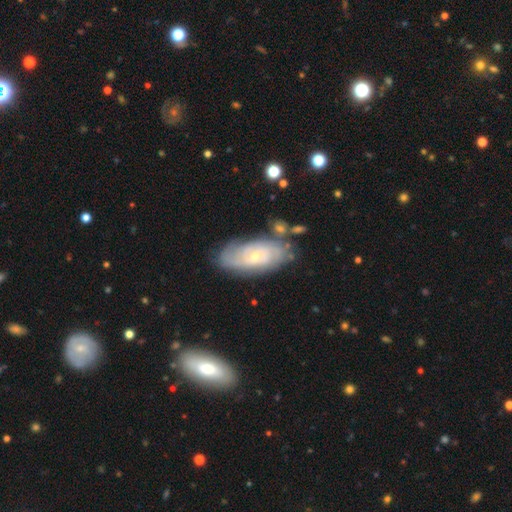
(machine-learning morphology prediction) Smooth or featured?
  - featured or disk: 76% *
  - smooth: 17%
  - star or artifact: 7%
Edge-on disk?
  - no: 92% *
  - yes: 8%
Bar?
  - no: 61% *
  - weak: 33%
  - strong: 6%
Spiral arms?
  - yes: 91% *
  - no: 9%
Spiral winding?
  - tight: 61% *
  - medium: 30%
  - loose: 9%
Spiral arm count?
  - can't tell: 44% *
  - 2: 32%
  - 3: 11%
  - 4: 6%
  - 1: 4%
  - more than 4: 4%
Bulge size?
  - small: 71% *
  - moderate: 25%
  - none: 2%
  - large: 1%
  - dominant: 1%
Merging?
  - none: 70% *
  - minor disturbance: 19%
  - merger: 6%
  - major disturbance: 5%